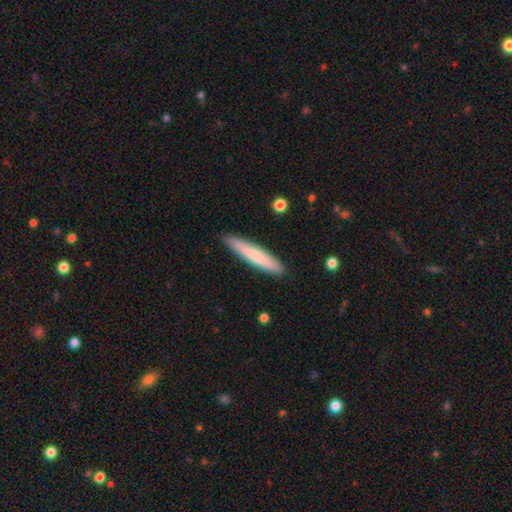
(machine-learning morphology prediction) Smooth or featured?
  - smooth: 72% *
  - featured or disk: 22%
  - star or artifact: 5%
How rounded?
  - cigar-shaped: 93% *
  - in between: 6%
  - round: 1%
Merging?
  - none: 90% *
  - minor disturbance: 7%
  - major disturbance: 1%
  - merger: 1%